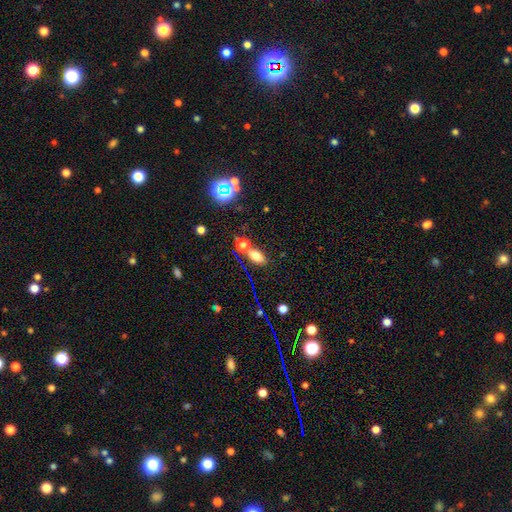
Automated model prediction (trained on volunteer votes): Q: Smooth or featured?
A: smooth (71%); runner-up: star or artifact (19%)
Q: How rounded?
A: in between (81%); runner-up: round (16%)
Q: Merging?
A: none (64%); runner-up: merger (21%)